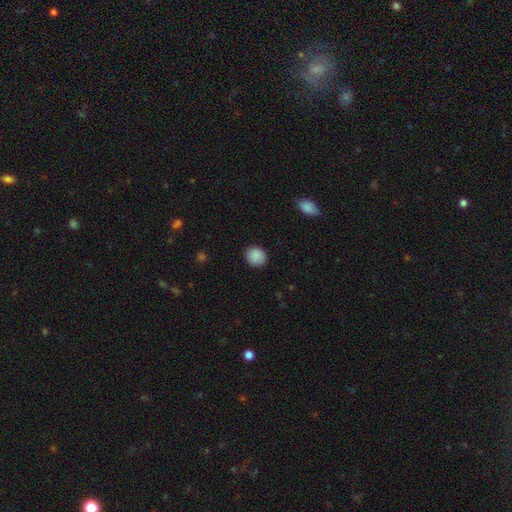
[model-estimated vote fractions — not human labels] Smooth or featured: smooth — 89% (star or artifact — 8%)
How rounded: round — 88% (in between — 11%)
Merging: none — 90% (minor disturbance — 7%)